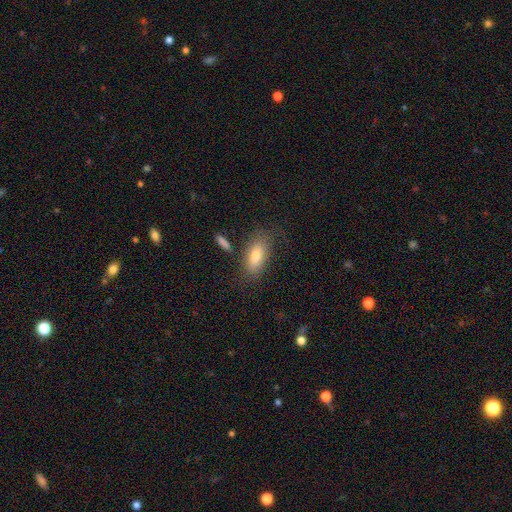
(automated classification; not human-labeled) Q: Smooth or featured?
A: smooth (76%); runner-up: featured or disk (16%)
Q: How rounded?
A: in between (83%); runner-up: cigar-shaped (12%)
Q: Merging?
A: none (70%); runner-up: minor disturbance (18%)